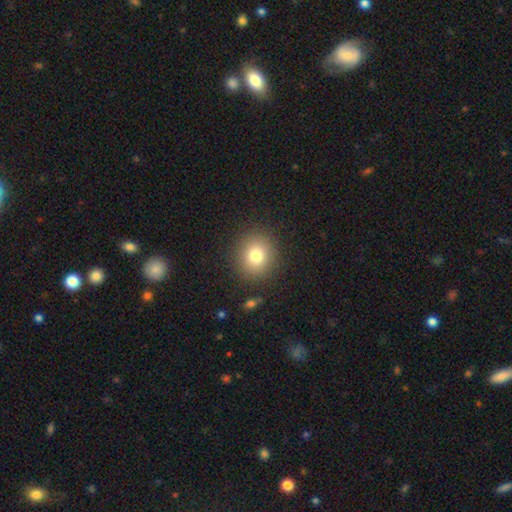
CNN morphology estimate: smooth_or_featured: smooth (p=0.80) [alt: star or artifact p=0.12]
how_rounded: round (p=0.84) [alt: in between p=0.15]
merging: none (p=0.88) [alt: minor disturbance p=0.07]